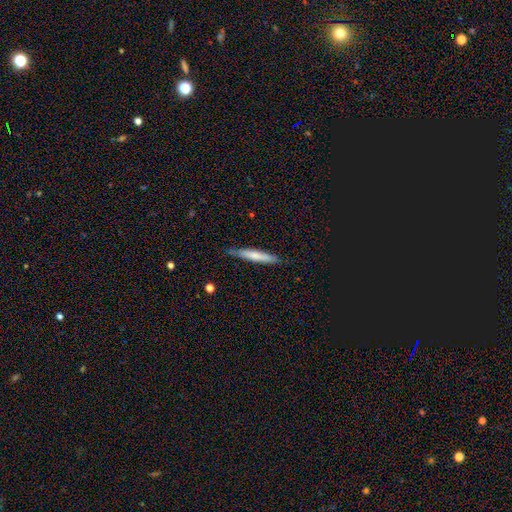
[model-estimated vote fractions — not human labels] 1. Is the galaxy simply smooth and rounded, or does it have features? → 65% smooth, 29% featured or disk, 6% star or artifact.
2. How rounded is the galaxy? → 92% cigar-shaped, 6% in between, 1% round.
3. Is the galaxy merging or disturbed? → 79% none, 17% minor disturbance, 2% major disturbance, 1% merger.